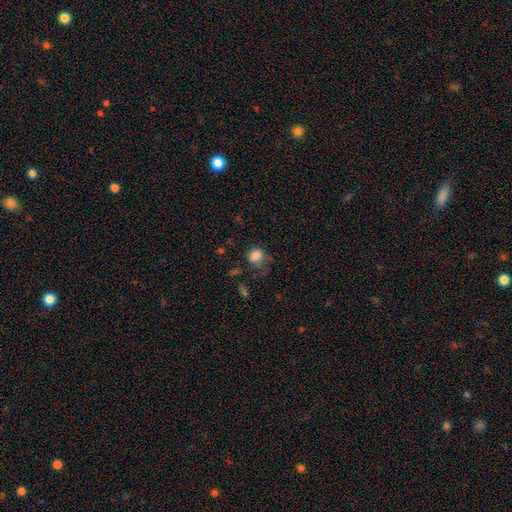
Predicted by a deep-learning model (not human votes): A smooth galaxy with no disk features (82%) that is round (71%). Merging: none (49%).